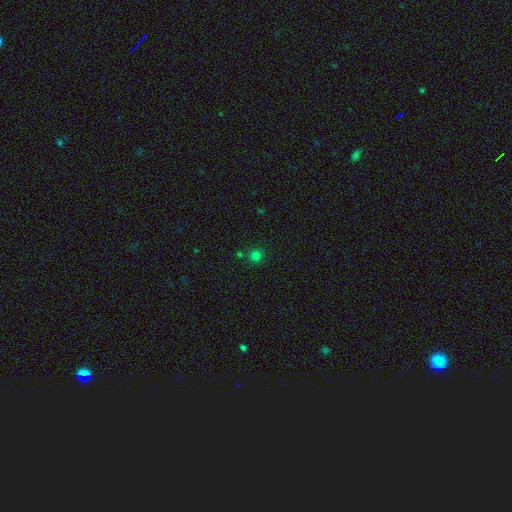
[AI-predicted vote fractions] This is likely a smooth galaxy (74%). How rounded: clearly round (92%). Merging: clearly none (81%).